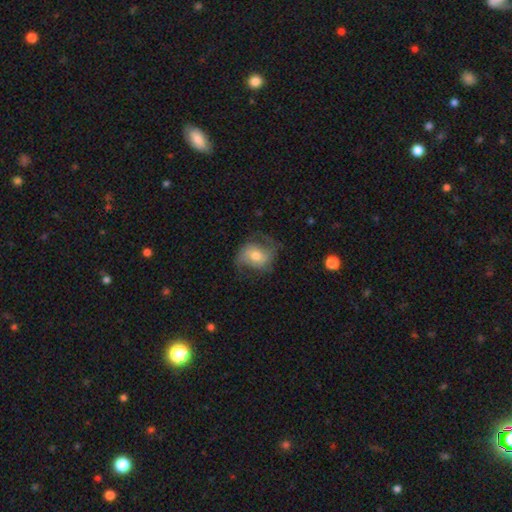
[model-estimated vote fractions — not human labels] A featured or disk galaxy (57%) with no bar (54%), spiral arms (82%) and a moderate central bulge (67%). Merging: none (57%).